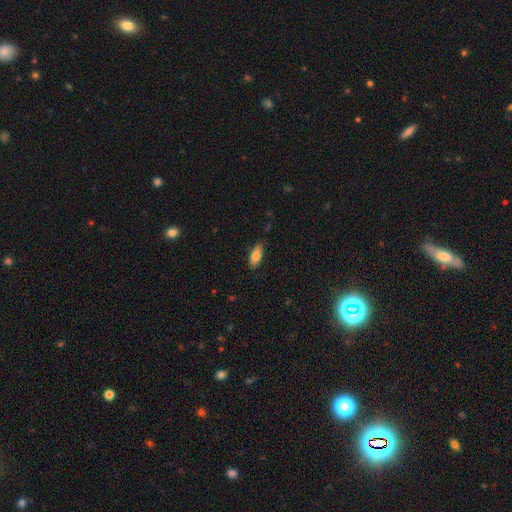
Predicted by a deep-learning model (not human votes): This is clearly a smooth galaxy (84%). How rounded: likely in between (80%). Merging: likely none (79%).